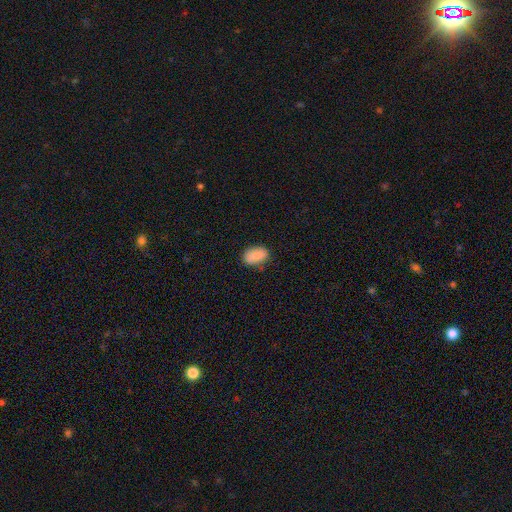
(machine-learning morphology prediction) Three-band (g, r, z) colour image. It shows a smooth galaxy with no disk features (87%) that is in between round and cigar-shaped (88%). Merging: none (78%).